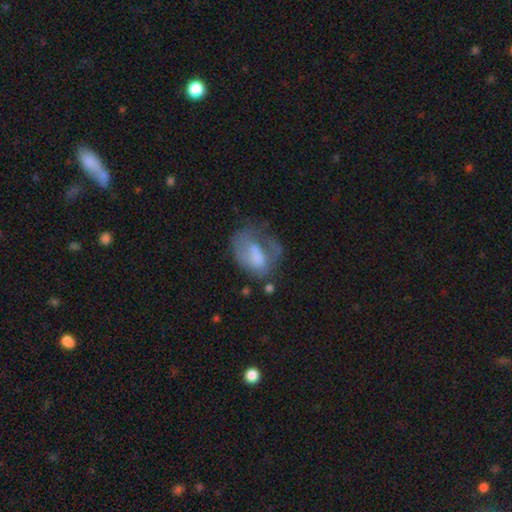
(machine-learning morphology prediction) A featured or disk galaxy (45%).

Vote fractions:
- Smooth or featured? featured or disk: 45% / smooth: 44% / star or artifact: 11%
- Merging? major disturbance: 38% / none: 31% / minor disturbance: 23% / merger: 7%